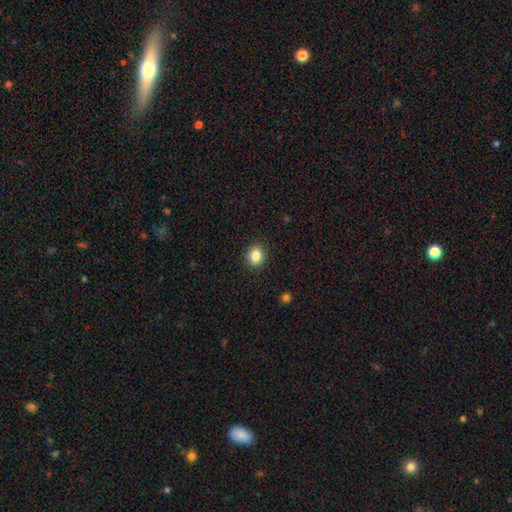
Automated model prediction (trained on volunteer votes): A smooth galaxy with no disk features (85%) that is round (62%). Merging: none (90%).